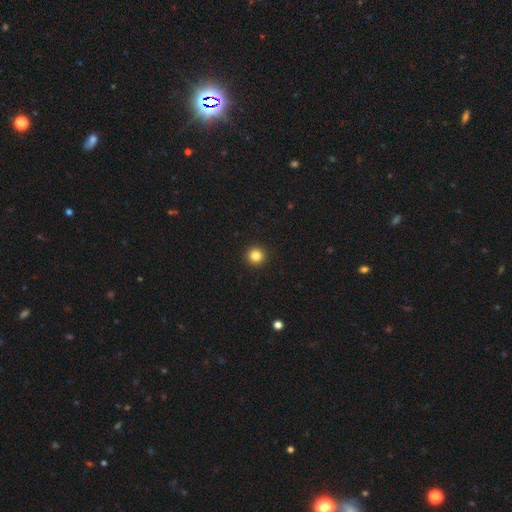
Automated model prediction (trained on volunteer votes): A smooth galaxy with no disk features (84%) that is round (96%). Merging: none (94%).